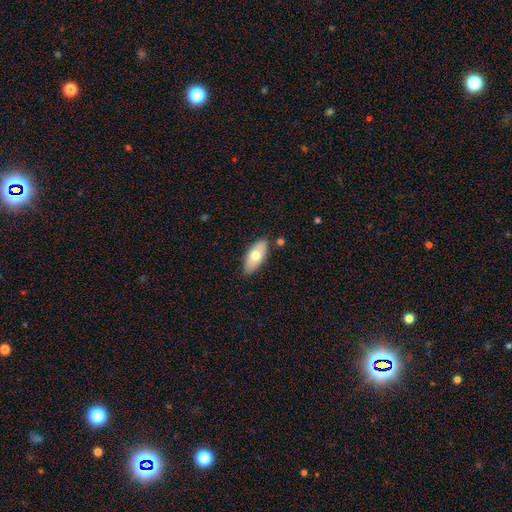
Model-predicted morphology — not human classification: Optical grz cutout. It shows a smooth galaxy with no disk features (69%) that is in between round and cigar-shaped (85%). Merging: none (85%).